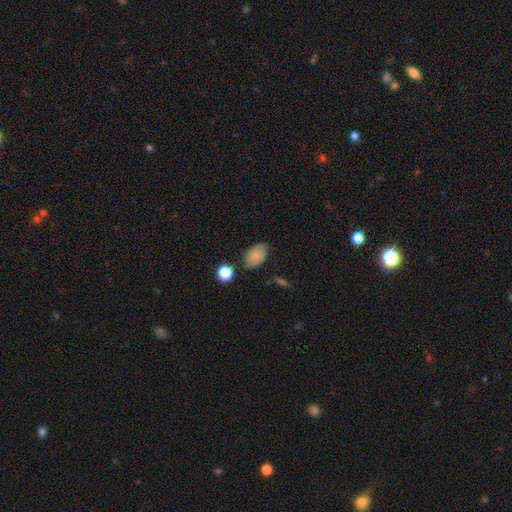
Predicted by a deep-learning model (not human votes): Smooth or featured?
  - smooth: 79% *
  - featured or disk: 12%
  - star or artifact: 9%
How rounded?
  - in between: 85% *
  - round: 13%
  - cigar-shaped: 1%
Merging?
  - none: 74% *
  - minor disturbance: 19%
  - major disturbance: 4%
  - merger: 3%